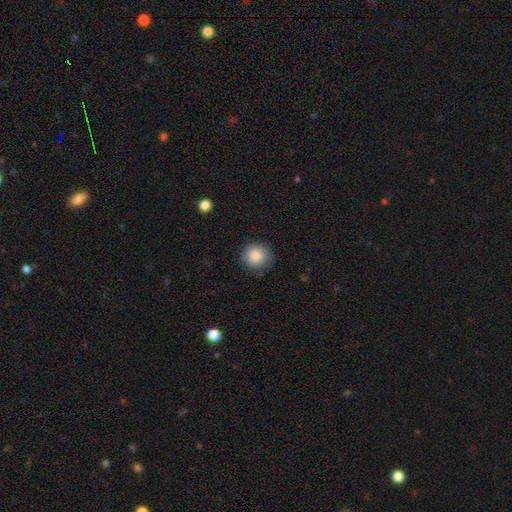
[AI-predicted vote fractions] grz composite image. It shows a smooth galaxy with no disk features (86%) that is round (91%). Merging: none (89%).